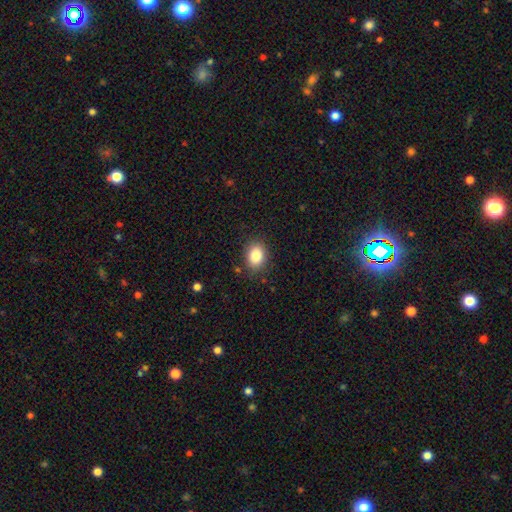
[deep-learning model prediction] Q: Smooth or featured?
A: smooth (85%); runner-up: star or artifact (9%)
Q: How rounded?
A: in between (66%); runner-up: round (33%)
Q: Merging?
A: none (85%); runner-up: minor disturbance (11%)